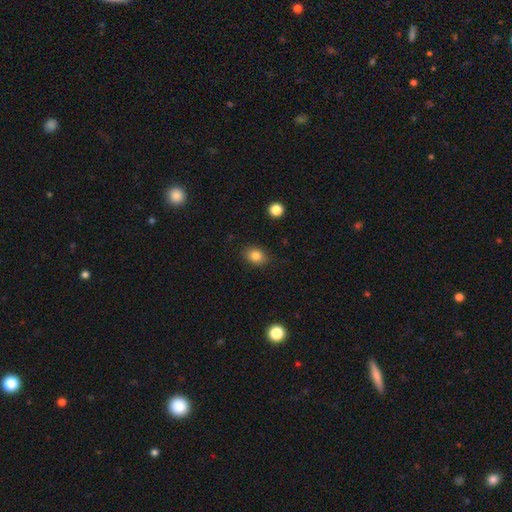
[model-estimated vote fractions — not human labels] Morphology: type=smooth (83%); roundness=in between (60%); merging=none (85%).